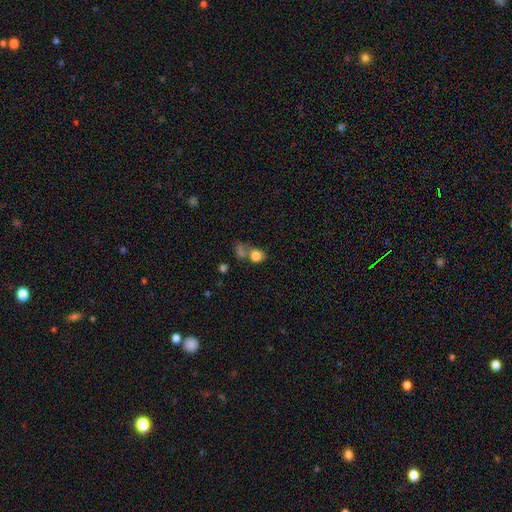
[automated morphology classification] This appears to be a smooth galaxy with no disk features (79%) that is round (64%). Merging: merger (43%).